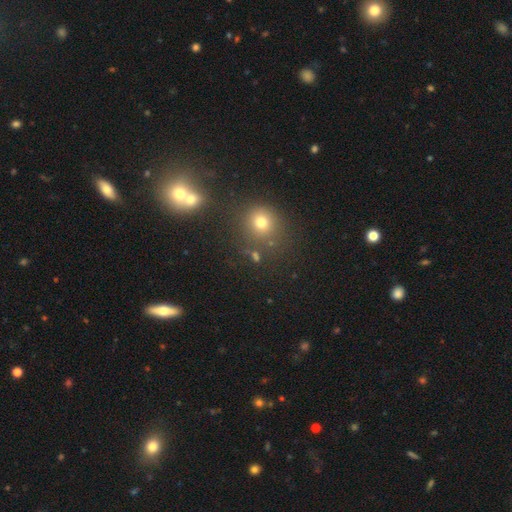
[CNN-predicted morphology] This appears to be a smooth galaxy with no disk features (61%) that is round (84%). Merging: none (73%).